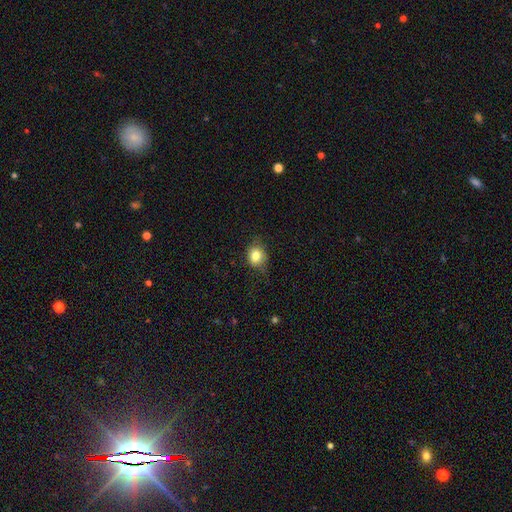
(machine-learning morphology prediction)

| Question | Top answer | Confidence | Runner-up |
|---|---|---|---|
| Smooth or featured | smooth | 81% | star or artifact (10%) |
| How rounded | round | 66% | in between (33%) |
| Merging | none | 68% | minor disturbance (24%) |